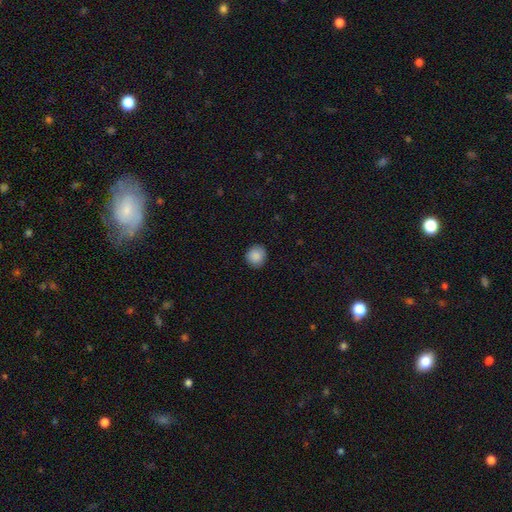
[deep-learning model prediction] A smooth galaxy with no disk features (88%) that is round (92%). Merging: none (90%).